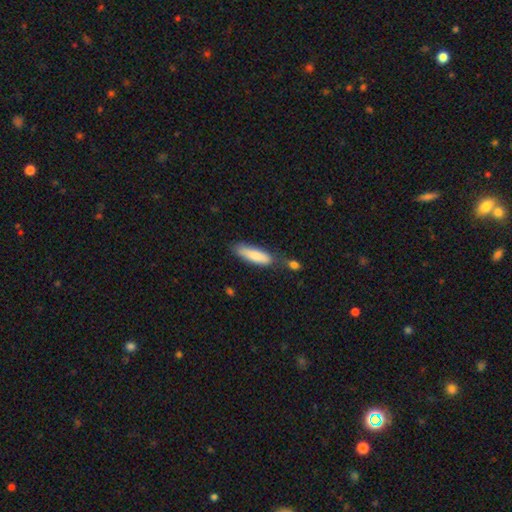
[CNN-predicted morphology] smooth_or_featured: smooth (p=0.84) [alt: featured or disk p=0.11]
how_rounded: cigar-shaped (p=0.60) [alt: in between p=0.39]
merging: none (p=0.60) [alt: minor disturbance p=0.21]